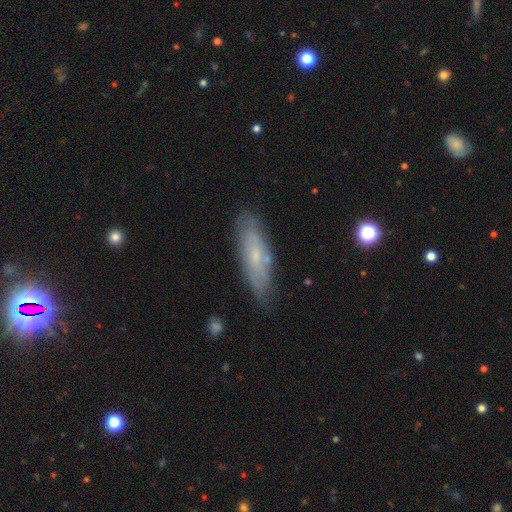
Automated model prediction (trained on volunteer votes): smooth_or_featured: featured or disk (p=0.47) [alt: smooth p=0.45]
merging: none (p=0.76) [alt: minor disturbance p=0.18]